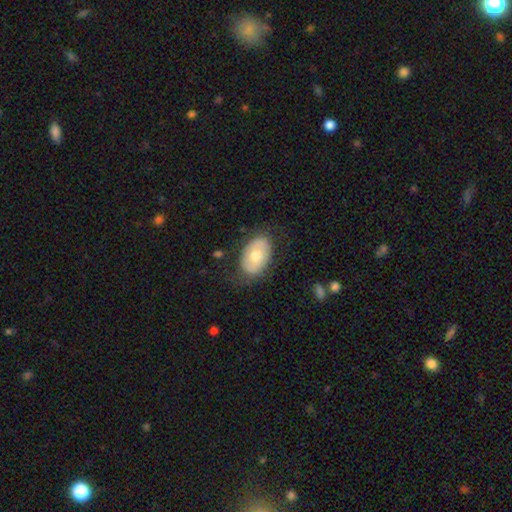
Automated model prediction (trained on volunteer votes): Smooth or featured? Predicted: smooth (p=0.63). How rounded? Predicted: in between (p=0.89). Merging? Predicted: none (p=0.75).